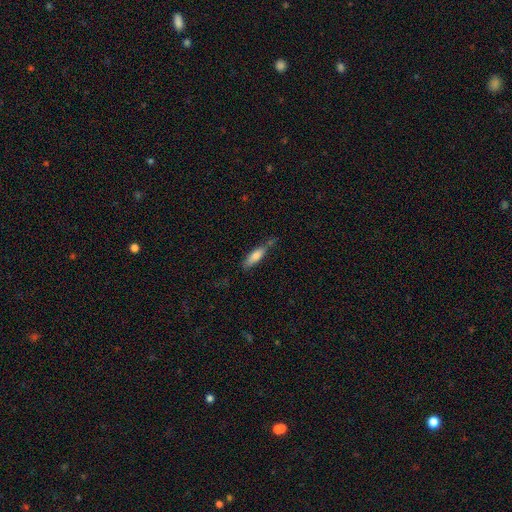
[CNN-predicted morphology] This is likely a smooth galaxy (74%). How rounded: possibly cigar-shaped (56%). Merging: possibly none (58%).